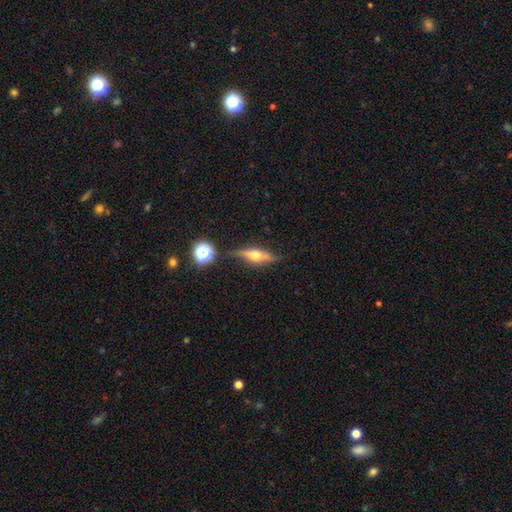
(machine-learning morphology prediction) type=featured or disk (66%); edge-on=yes (93%); edge-on bulge=rounded (93%); merging=none (79%).